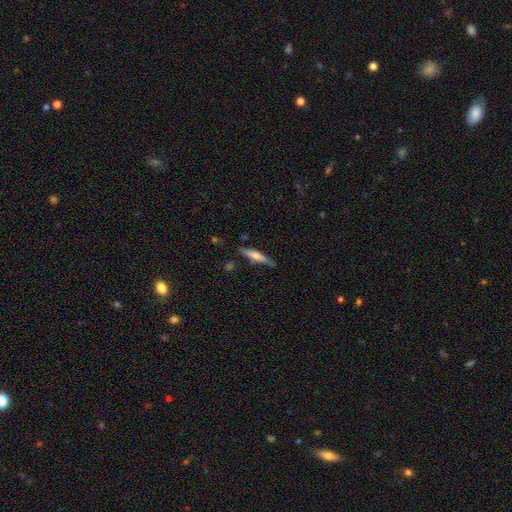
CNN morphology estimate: smooth-or-featured: smooth: 57% | featured or disk: 37% | star or artifact: 6%
  how-rounded: cigar-shaped: 88% | in between: 11% | round: 2%
  merging: none: 79% | minor disturbance: 15% | merger: 3% | major disturbance: 3%